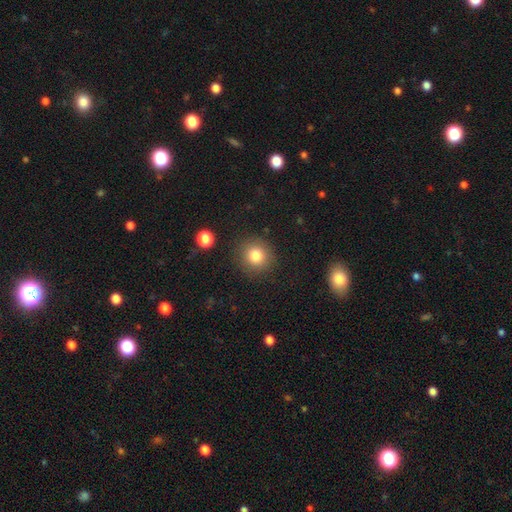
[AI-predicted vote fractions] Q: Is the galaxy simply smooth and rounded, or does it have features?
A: smooth — 81%.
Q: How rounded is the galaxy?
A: round — 91%.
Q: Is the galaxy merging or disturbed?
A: none — 87%.